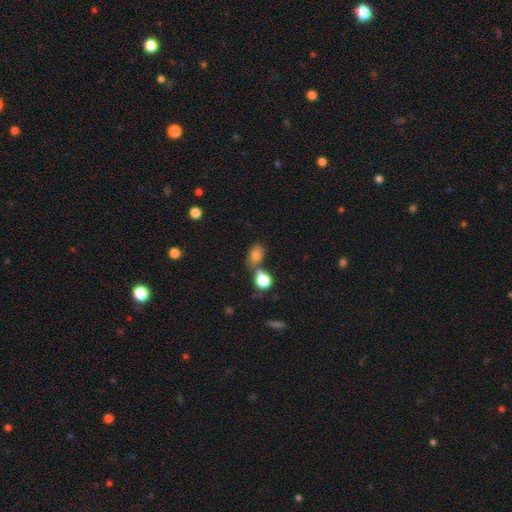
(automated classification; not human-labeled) Smooth or featured? smooth (77%)
How rounded? in between (68%)
Merging? none (49%)